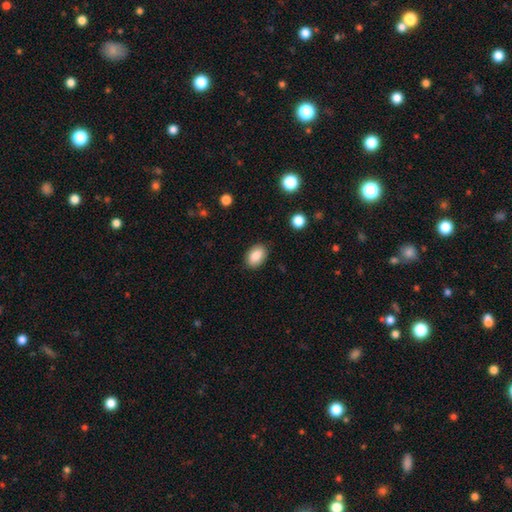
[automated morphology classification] The model was most divided on "how rounded": in between: 85%, round: 14%, cigar-shaped: 1%. More confident: merging — none (87%); smooth or featured — smooth (86%).